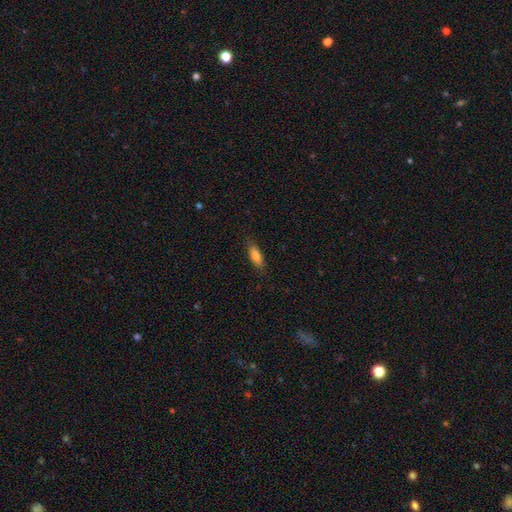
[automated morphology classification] This appears to be a smooth galaxy with no disk features (79%) that is in between round and cigar-shaped (59%). Merging: none (82%).